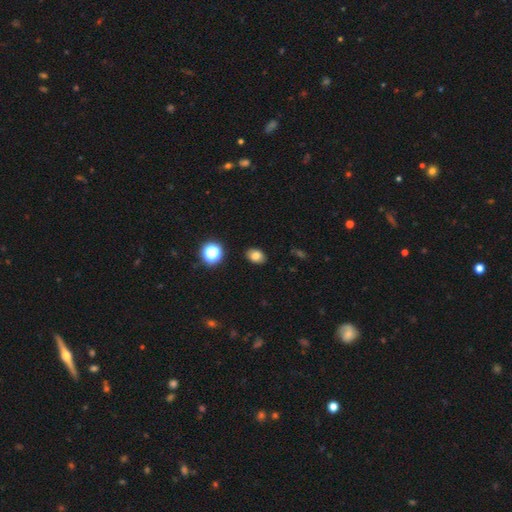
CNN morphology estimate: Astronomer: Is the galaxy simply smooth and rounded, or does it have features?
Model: smooth — 79%.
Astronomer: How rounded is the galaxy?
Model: in between — 72%.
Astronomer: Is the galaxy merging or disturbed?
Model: none — 88%.